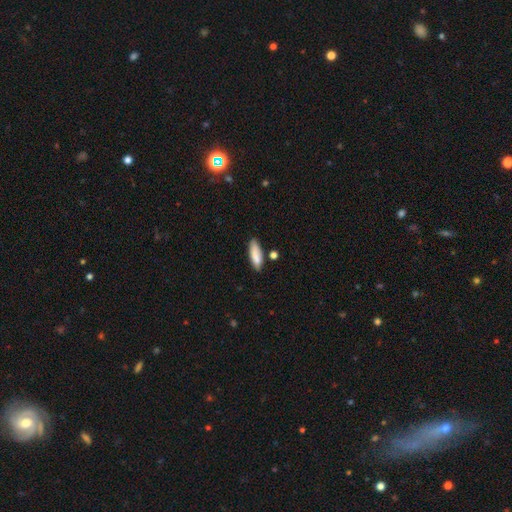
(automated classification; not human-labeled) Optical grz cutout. It shows a smooth galaxy with no disk features (84%) that is in between round and cigar-shaped (54%). Merging: none (71%).